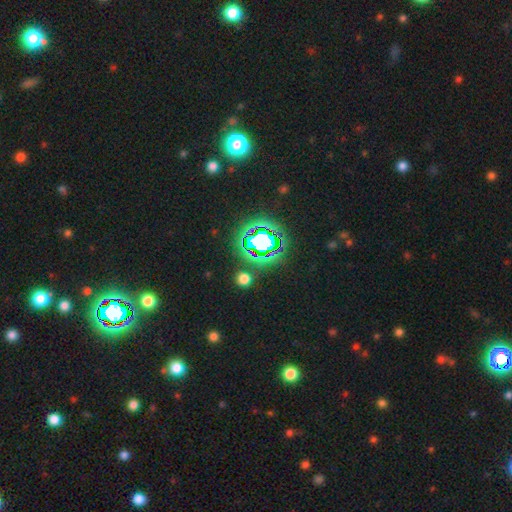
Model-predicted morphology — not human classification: This appears to be a star or artifact, not a galaxy (82%).